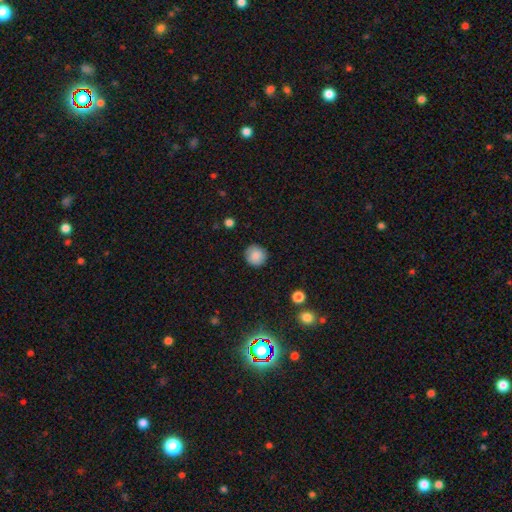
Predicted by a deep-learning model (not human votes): Overall: smooth (87%). How rounded: round (93%). Merging: none (89%).